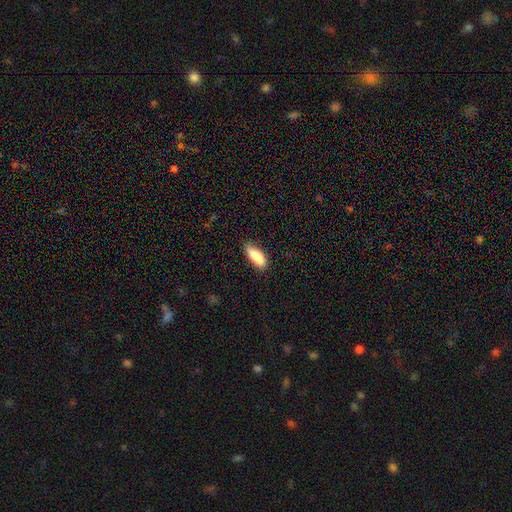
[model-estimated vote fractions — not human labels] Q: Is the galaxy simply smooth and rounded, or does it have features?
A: smooth — 81%.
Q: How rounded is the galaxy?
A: in between — 72%.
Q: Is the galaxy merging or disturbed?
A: none — 76%.